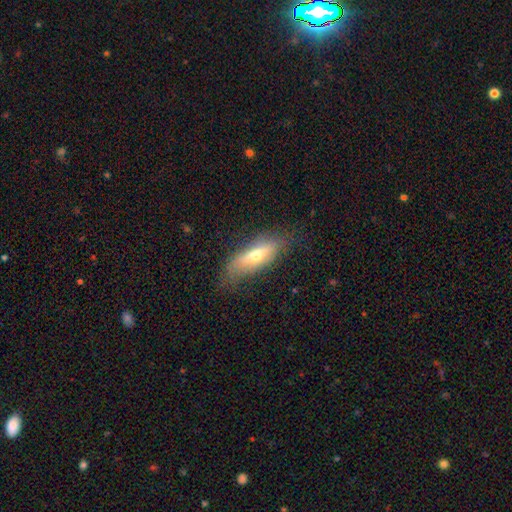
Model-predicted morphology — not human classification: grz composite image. It shows a smooth galaxy with no disk features (57%) that is in between round and cigar-shaped (58%). Merging: none (66%).